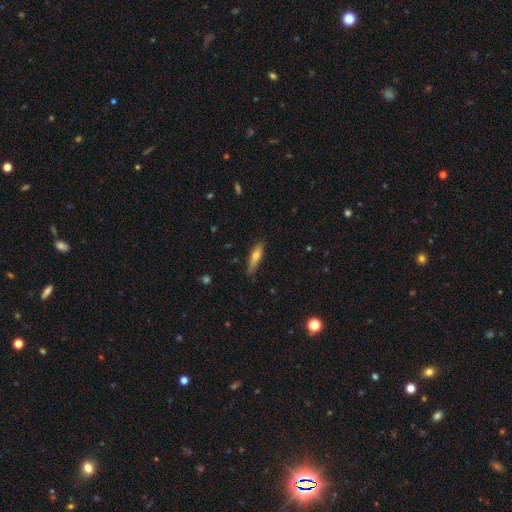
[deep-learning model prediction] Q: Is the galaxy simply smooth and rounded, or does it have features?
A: smooth — 63%.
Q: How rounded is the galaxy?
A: cigar-shaped — 70%.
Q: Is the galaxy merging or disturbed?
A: none — 76%.